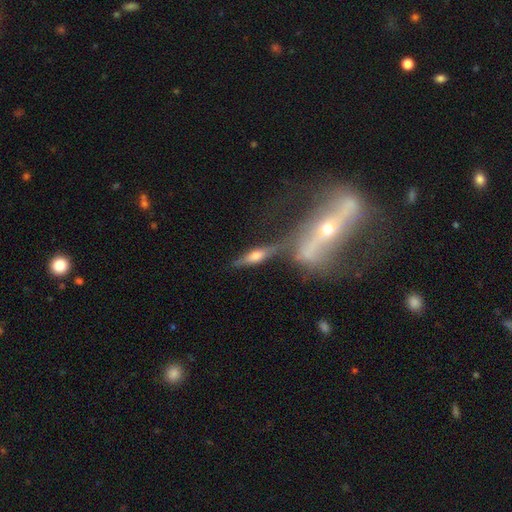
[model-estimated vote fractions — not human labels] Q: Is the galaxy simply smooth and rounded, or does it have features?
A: featured or disk — 52%.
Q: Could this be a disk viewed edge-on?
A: yes — 84%.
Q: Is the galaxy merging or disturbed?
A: none — 58%.